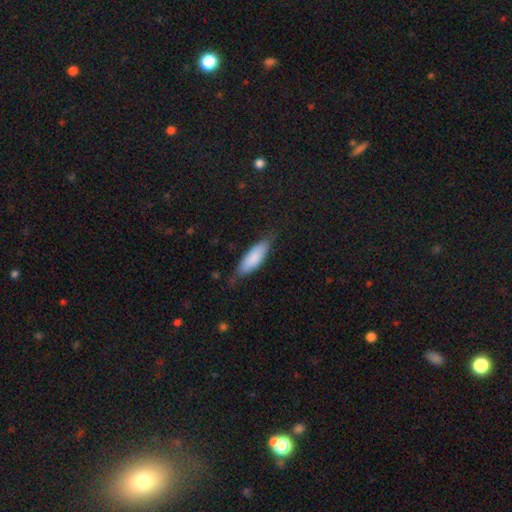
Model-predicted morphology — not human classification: smooth_or_featured: smooth (p=0.81) [alt: featured or disk p=0.13]
how_rounded: in between (p=0.54) [alt: cigar-shaped p=0.44]
merging: none (p=0.73) [alt: minor disturbance p=0.21]